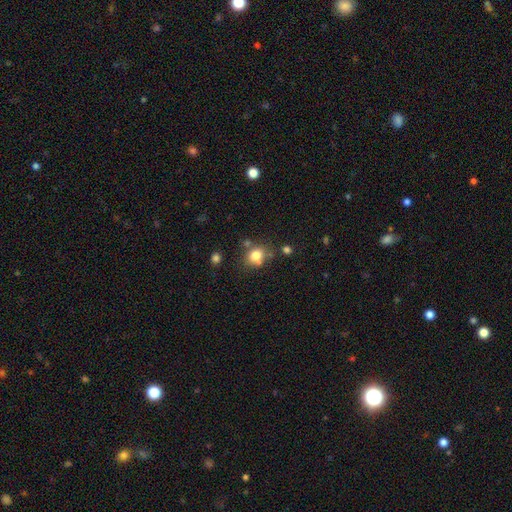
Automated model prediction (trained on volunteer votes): A smooth galaxy with no disk features (78%) that is round (68%). Merging: none (63%).